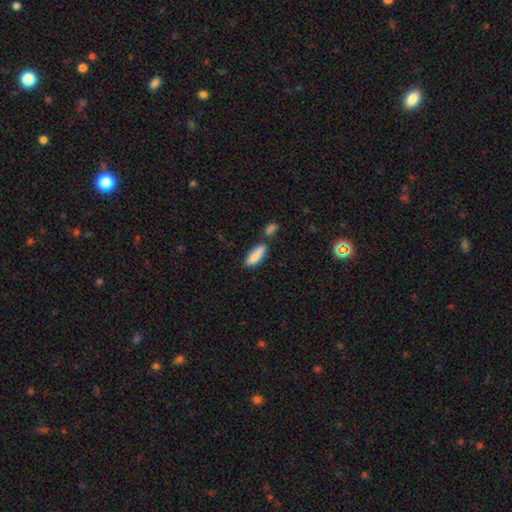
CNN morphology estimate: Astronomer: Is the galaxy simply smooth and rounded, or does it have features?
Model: smooth — 86%.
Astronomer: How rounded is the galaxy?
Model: cigar-shaped — 52% (runner-up: in between, 46%).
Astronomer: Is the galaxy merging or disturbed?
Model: none — 60%.